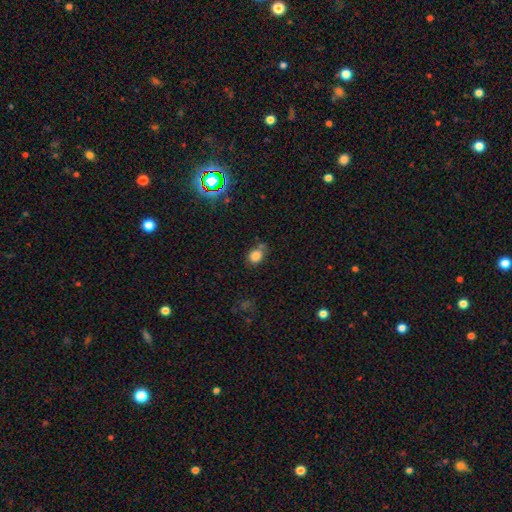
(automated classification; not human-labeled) This is clearly a smooth galaxy (81%). How rounded: possibly round (58%). Merging: possibly none (60%).